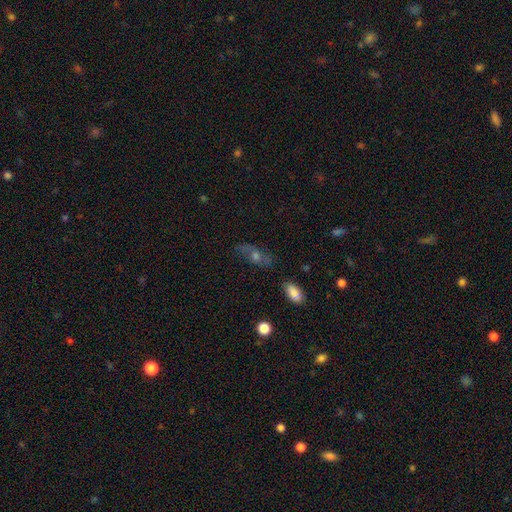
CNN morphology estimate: Smooth or featured: featured or disk — 46% (smooth — 36%)
Merging: none — 70% (minor disturbance — 18%)